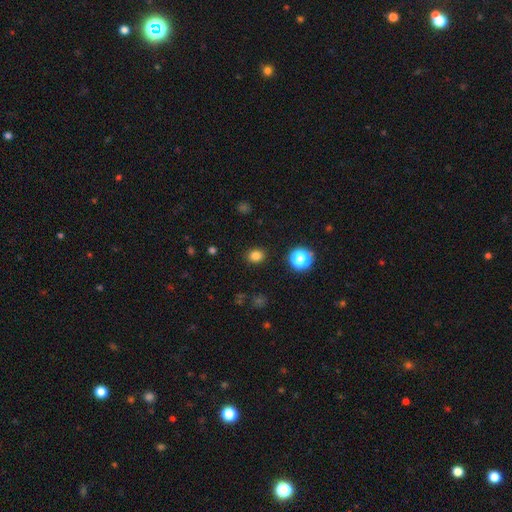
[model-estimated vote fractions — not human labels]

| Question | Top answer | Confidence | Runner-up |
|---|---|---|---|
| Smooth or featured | smooth | 81% | star or artifact (14%) |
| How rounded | round | 63% | in between (36%) |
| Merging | none | 89% | minor disturbance (7%) |